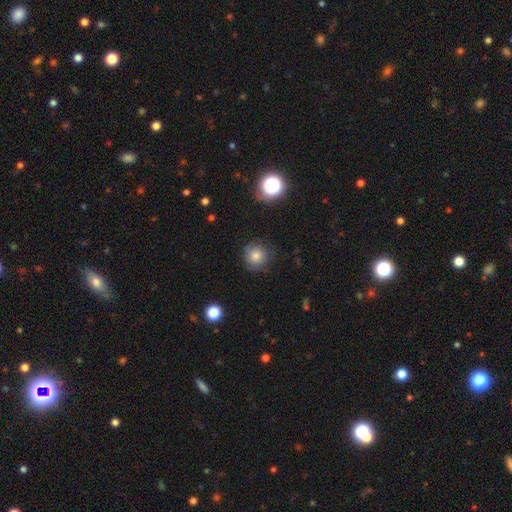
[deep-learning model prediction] Smooth or featured?
  - smooth: 72% *
  - featured or disk: 15%
  - star or artifact: 13%
How rounded?
  - round: 93% *
  - in between: 6%
  - cigar-shaped: 1%
Merging?
  - none: 81% *
  - minor disturbance: 13%
  - major disturbance: 5%
  - merger: 1%